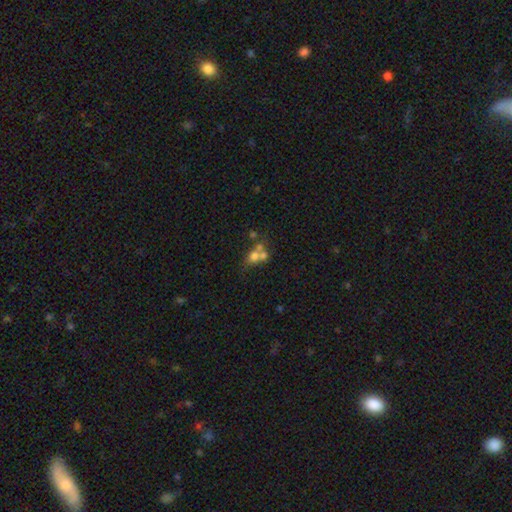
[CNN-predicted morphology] smooth 60%, featured or disk 24%, star or artifact 16%. Down the decision tree: how rounded — round (65%); merging — merger (54%).